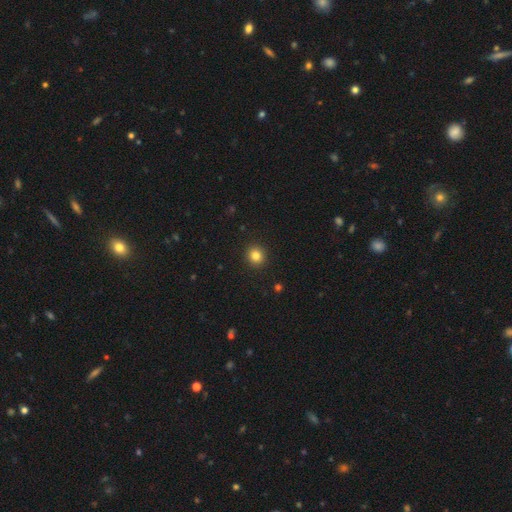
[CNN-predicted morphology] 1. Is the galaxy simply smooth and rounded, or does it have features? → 82% smooth, 12% star or artifact, 6% featured or disk.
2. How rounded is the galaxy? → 89% round, 11% in between, 1% cigar-shaped.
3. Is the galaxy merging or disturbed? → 92% none, 5% minor disturbance, 2% major disturbance, 1% merger.